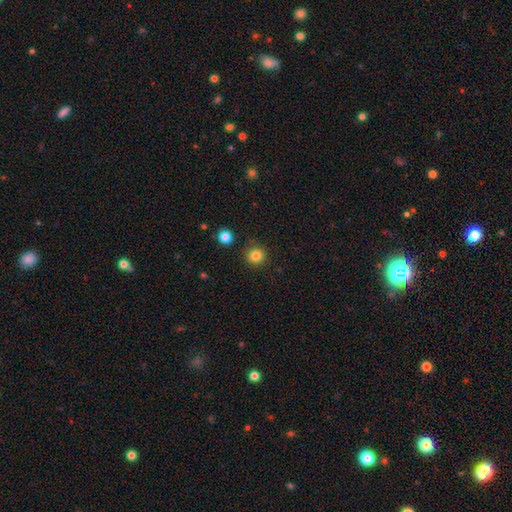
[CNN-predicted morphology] type=smooth (83%); roundness=round (93%); merging=none (89%).